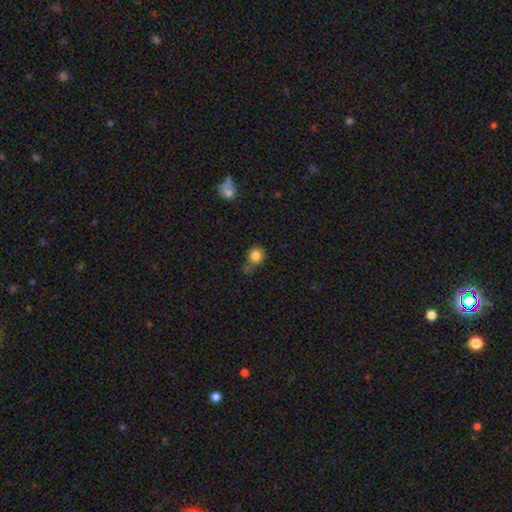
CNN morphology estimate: smooth 83%, star or artifact 11%, featured or disk 6%. Down the decision tree: how rounded — round (86%); merging — none (53%).